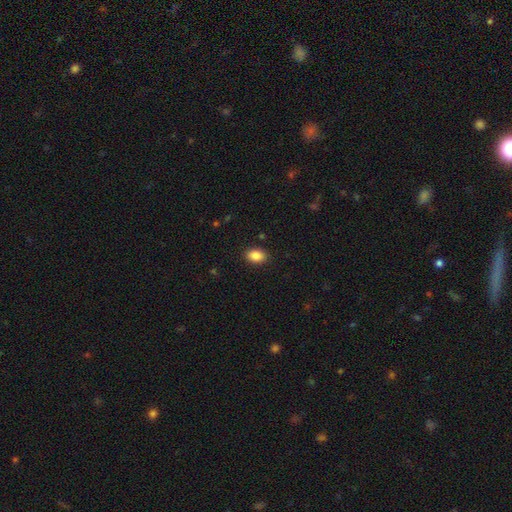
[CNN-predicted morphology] type=smooth (87%); roundness=in between (85%); merging=none (89%).